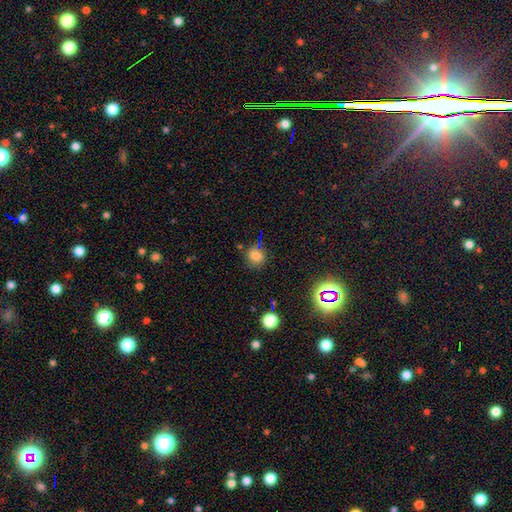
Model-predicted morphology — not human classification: smooth-or-featured: smooth: 74% | star or artifact: 19% | featured or disk: 7%
  how-rounded: round: 71% | in between: 27% | cigar-shaped: 1%
  merging: none: 73% | minor disturbance: 16% | merger: 6% | major disturbance: 5%